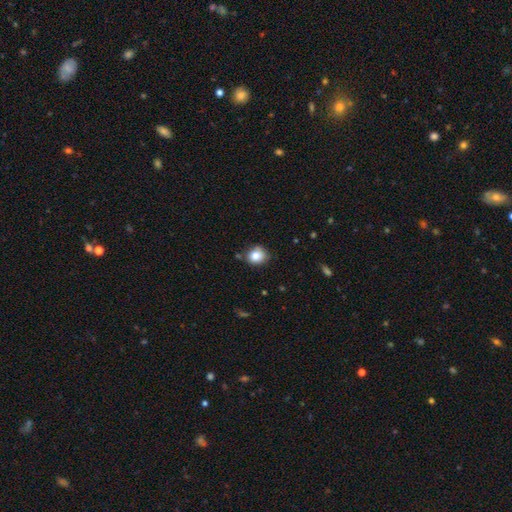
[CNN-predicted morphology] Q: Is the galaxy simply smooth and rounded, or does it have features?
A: smooth — 82%.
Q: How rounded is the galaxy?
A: round — 78%.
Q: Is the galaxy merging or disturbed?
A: none — 75%.